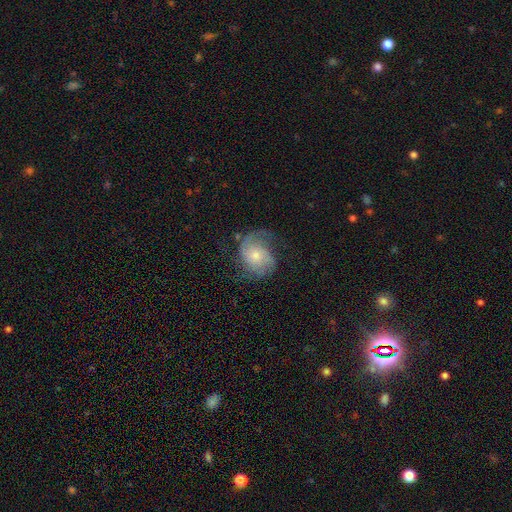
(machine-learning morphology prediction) A featured or disk galaxy (72%) with no bar (73%), 2 (60%) medium (43%) spiral arms (93%) and a moderate central bulge (48%). Merging: none (53%).